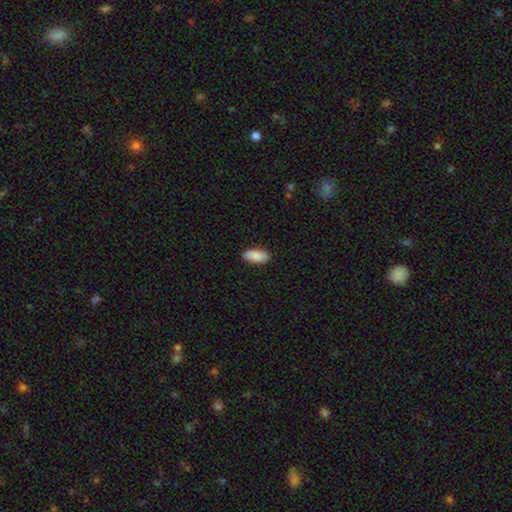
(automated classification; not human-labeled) The model was most divided on "merging": none: 89%, minor disturbance: 8%, major disturbance: 2%, merger: 1%. More confident: how rounded — in between (90%); smooth or featured — smooth (90%).